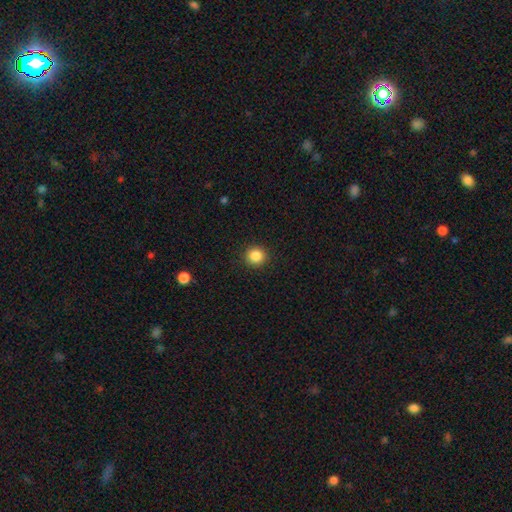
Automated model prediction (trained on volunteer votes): The model was most divided on "smooth or featured": smooth: 86%, star or artifact: 10%, featured or disk: 4%. More confident: how rounded — round (93%); merging — none (91%).